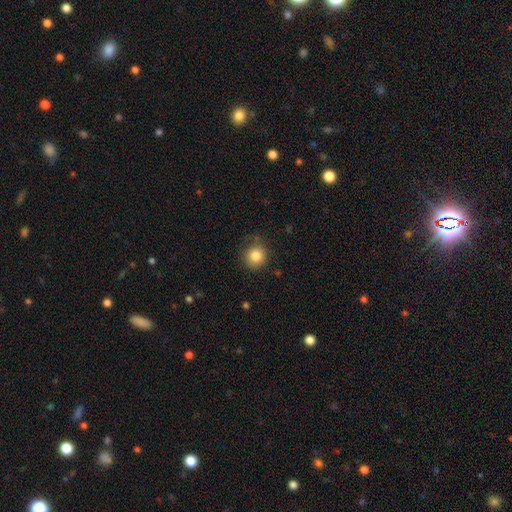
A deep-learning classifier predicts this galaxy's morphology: The model was most divided on "merging": none: 82%, minor disturbance: 13%, major disturbance: 3%, merger: 1%. More confident: how rounded — round (92%); smooth or featured — smooth (84%).